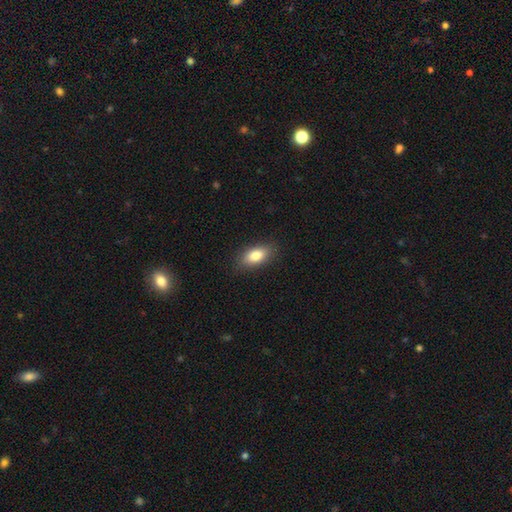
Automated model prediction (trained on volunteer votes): A smooth galaxy with no disk features (83%) that is in between round and cigar-shaped (87%).

Vote fractions:
- Smooth or featured? smooth: 83% / featured or disk: 10% / star or artifact: 7%
- How rounded? in between: 87% / cigar-shaped: 8% / round: 5%
- Merging? none: 86% / minor disturbance: 10% / major disturbance: 2% / merger: 1%